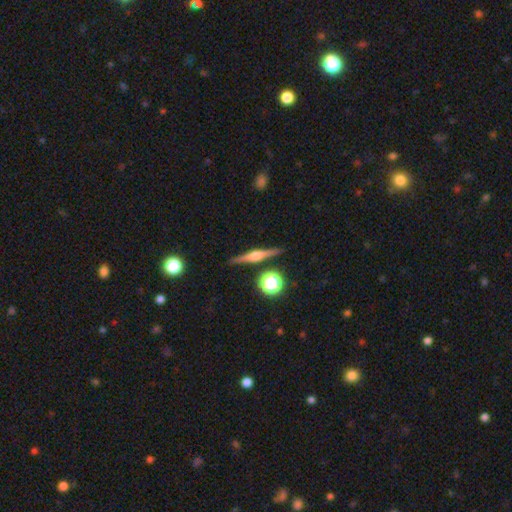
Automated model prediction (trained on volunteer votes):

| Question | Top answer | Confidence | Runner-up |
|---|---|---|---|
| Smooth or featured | featured or disk | 76% | smooth (16%) |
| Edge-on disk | yes | 98% | no (2%) |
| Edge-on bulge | rounded | 87% | boxy (10%) |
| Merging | none | 89% | minor disturbance (7%) |